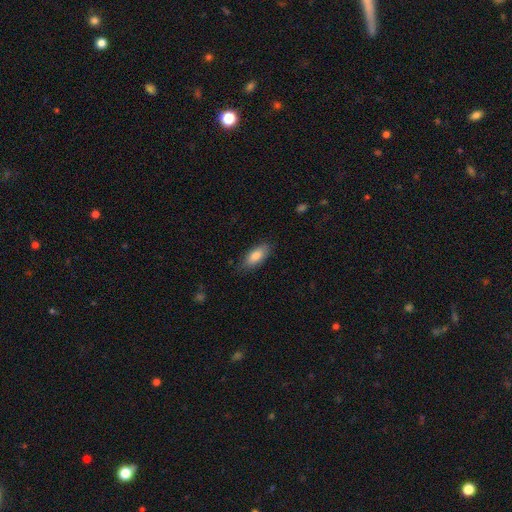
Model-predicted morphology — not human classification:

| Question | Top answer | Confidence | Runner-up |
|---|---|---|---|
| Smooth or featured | smooth | 82% | featured or disk (12%) |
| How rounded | in between | 78% | cigar-shaped (19%) |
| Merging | none | 80% | minor disturbance (16%) |